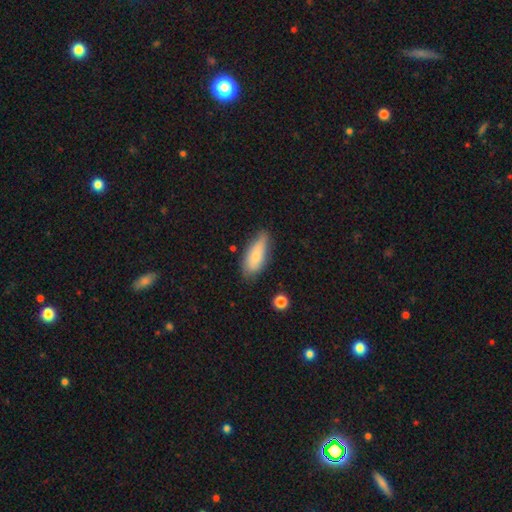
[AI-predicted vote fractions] Smooth or featured?
  - smooth: 74% *
  - featured or disk: 19%
  - star or artifact: 7%
How rounded?
  - in between: 77% *
  - cigar-shaped: 21%
  - round: 2%
Merging?
  - none: 62% *
  - minor disturbance: 30%
  - major disturbance: 6%
  - merger: 3%